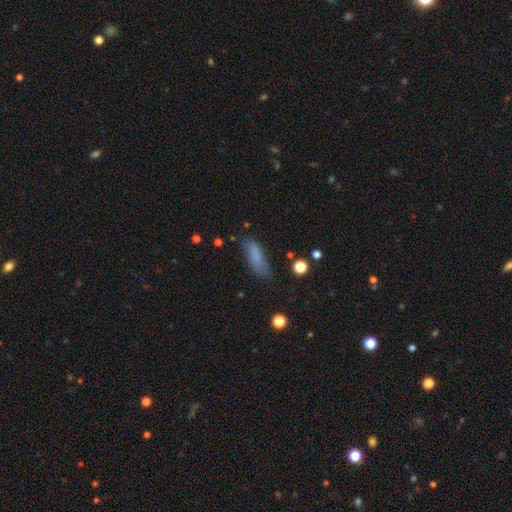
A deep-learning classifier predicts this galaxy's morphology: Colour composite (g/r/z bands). It shows a smooth galaxy with no disk features (79%) that is cigar-shaped (52%). Merging: none (71%).